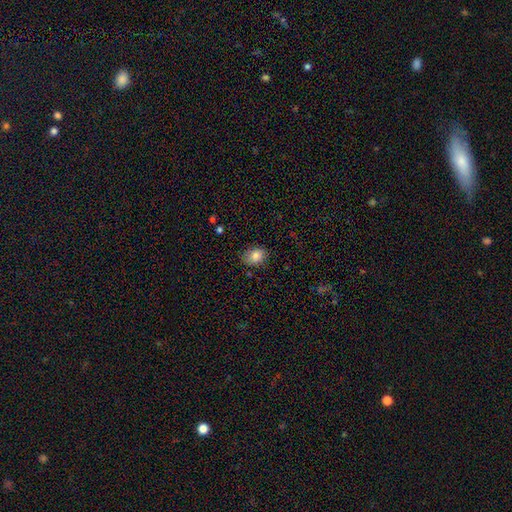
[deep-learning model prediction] Morphology: type=smooth (81%); roundness=in between (68%); merging=none (81%).